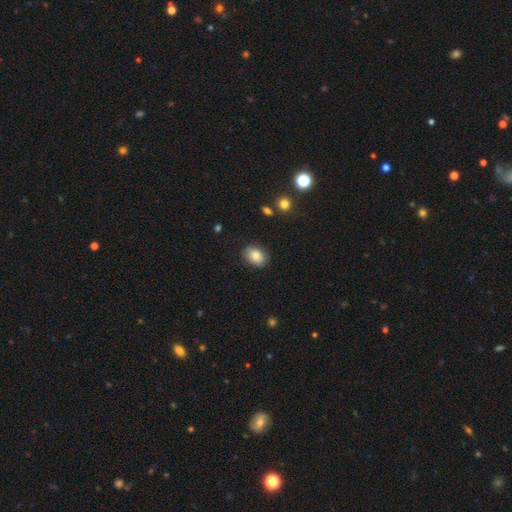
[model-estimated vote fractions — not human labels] This is clearly a smooth galaxy (85%). How rounded: likely in between (75%). Merging: clearly none (86%).